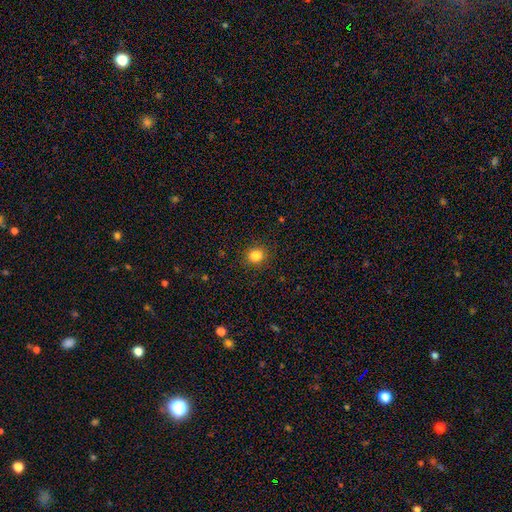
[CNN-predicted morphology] This is clearly a smooth galaxy (84%). How rounded: likely round (79%). Merging: clearly none (89%).